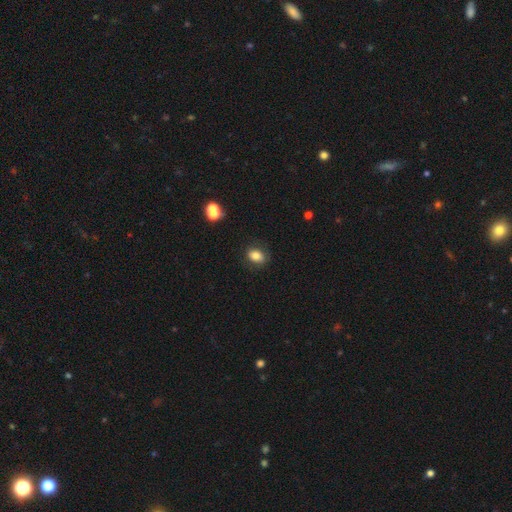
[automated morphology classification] Smooth or featured: smooth — 79% (featured or disk — 12%)
How rounded: in between — 70% (round — 29%)
Merging: none — 82% (minor disturbance — 12%)